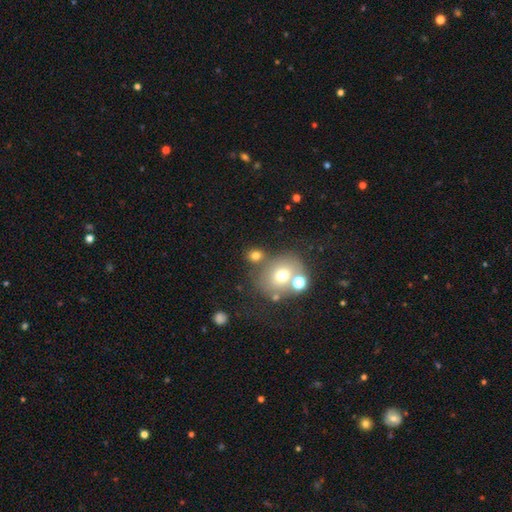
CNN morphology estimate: This is likely a smooth galaxy (70%). How rounded: likely round (69%). Merging: possibly none (58%).